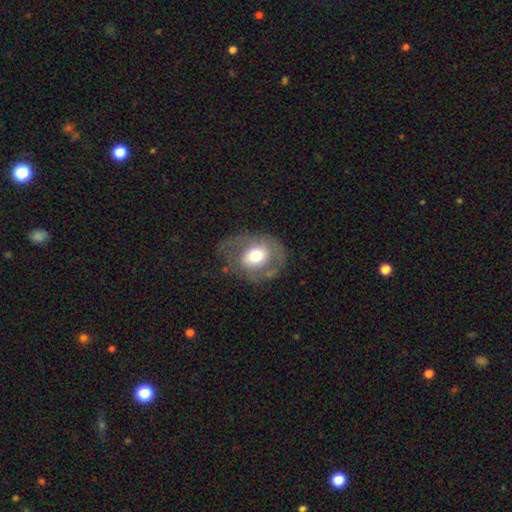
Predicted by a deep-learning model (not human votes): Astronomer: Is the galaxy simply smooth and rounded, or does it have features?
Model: smooth — 51% (runner-up: featured or disk, 40%).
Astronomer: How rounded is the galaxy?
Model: round — 52% (runner-up: in between, 47%).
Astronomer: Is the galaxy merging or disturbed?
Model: none — 55%.